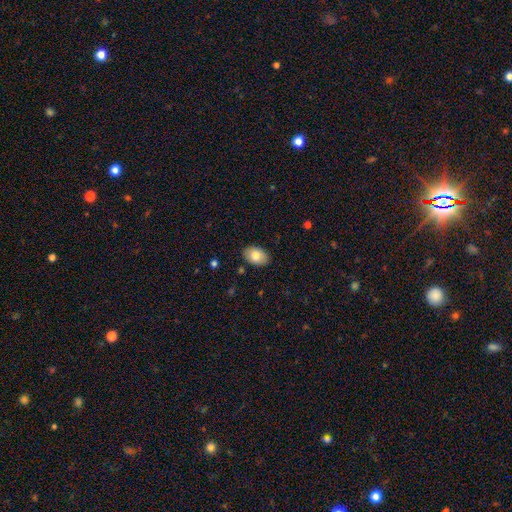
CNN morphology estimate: The model was most divided on "smooth or featured": smooth: 78%, featured or disk: 15%, star or artifact: 7%. More confident: how rounded — in between (88%); merging — none (87%).